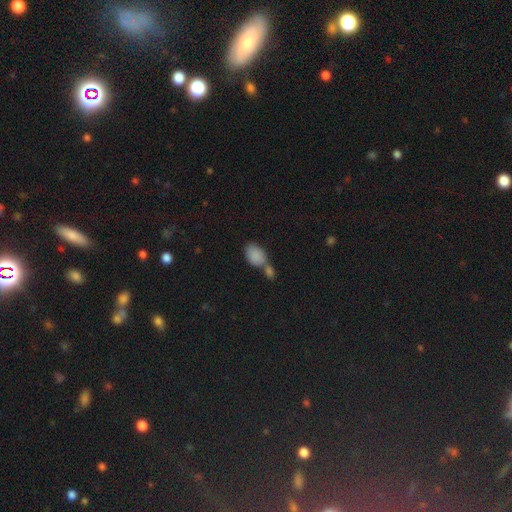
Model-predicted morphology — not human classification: smooth-or-featured: smooth: 86% | star or artifact: 7% | featured or disk: 6%
  how-rounded: in between: 86% | round: 13% | cigar-shaped: 2%
  merging: merger: 50% | none: 33% | minor disturbance: 12% | major disturbance: 5%